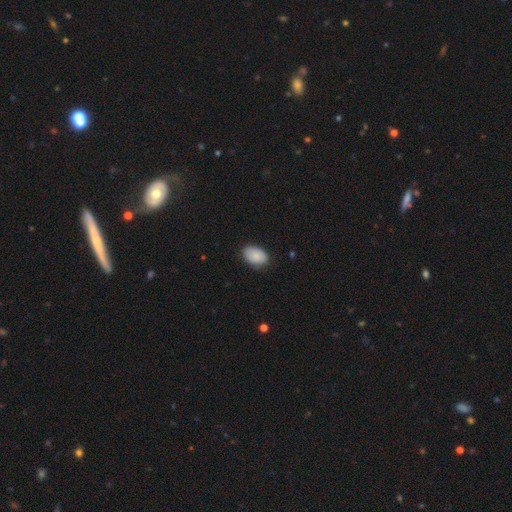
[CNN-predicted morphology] Overall: smooth (87%). How rounded: in between (89%). Merging: none (81%).